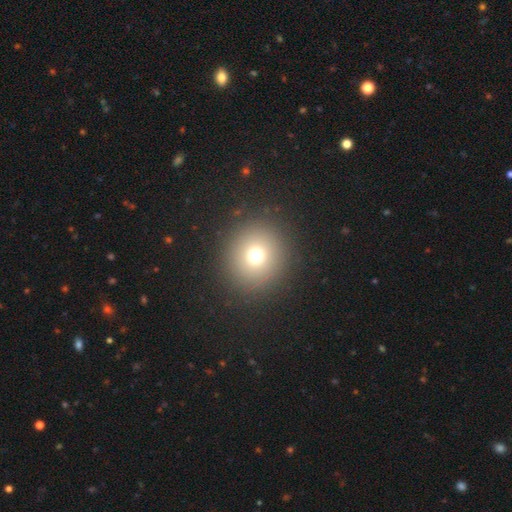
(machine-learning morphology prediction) This is likely a smooth galaxy (72%). How rounded: clearly round (92%). Merging: clearly none (90%).